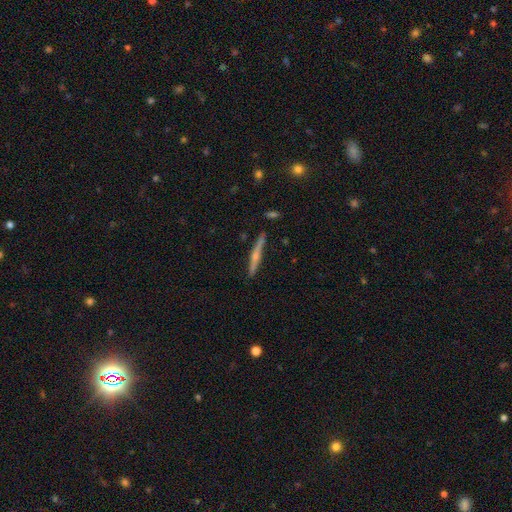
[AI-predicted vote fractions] A featured or disk galaxy (67%) viewed edge-on (98%) with a rounded central bulge (75%). Merging: none (88%).